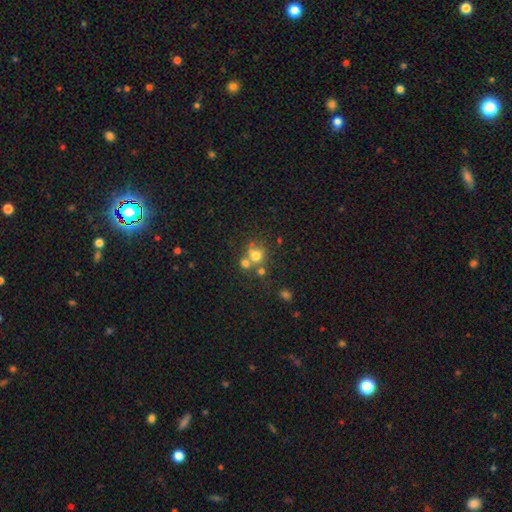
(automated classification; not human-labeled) A smooth galaxy with no disk features (69%) that is round (86%).

Vote fractions:
- Smooth or featured? smooth: 69% / star or artifact: 17% / featured or disk: 15%
- How rounded? round: 86% / in between: 13% / cigar-shaped: 1%
- Merging? none: 50% / merger: 37% / minor disturbance: 8% / major disturbance: 4%